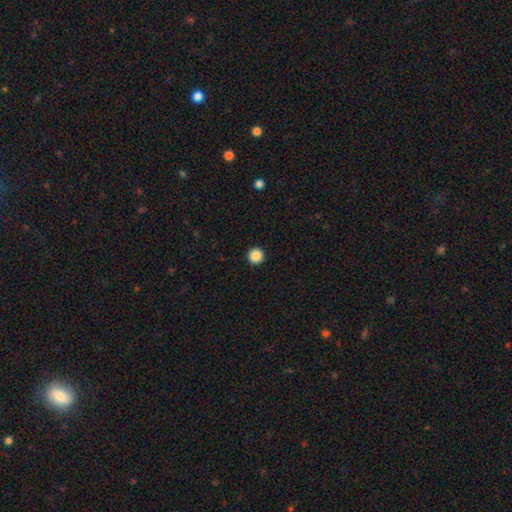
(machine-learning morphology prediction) smooth_or_featured: smooth (p=0.88) [alt: star or artifact p=0.10]
how_rounded: round (p=0.96) [alt: in between p=0.03]
merging: none (p=0.94) [alt: minor disturbance p=0.04]